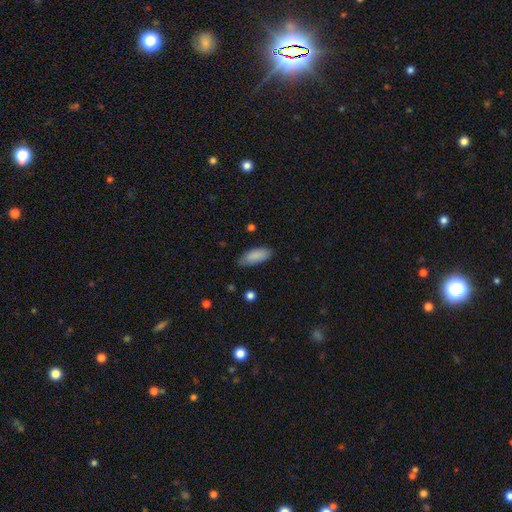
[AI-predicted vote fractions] Smooth or featured? smooth (88%)
How rounded? in between (82%)
Merging? none (77%)